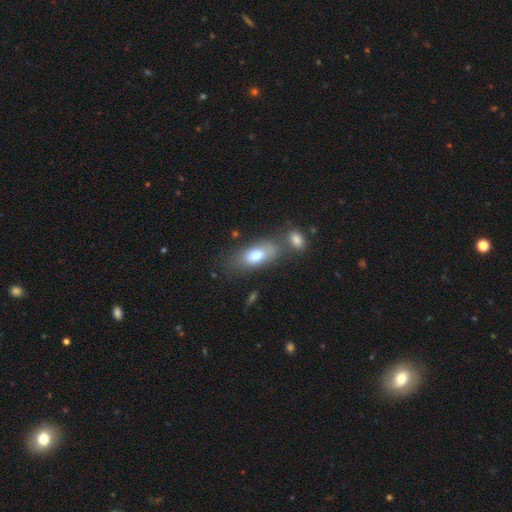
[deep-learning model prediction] smooth 75%, featured or disk 18%, star or artifact 7%. Down the decision tree: how rounded — in between (82%); merging — none (52%).